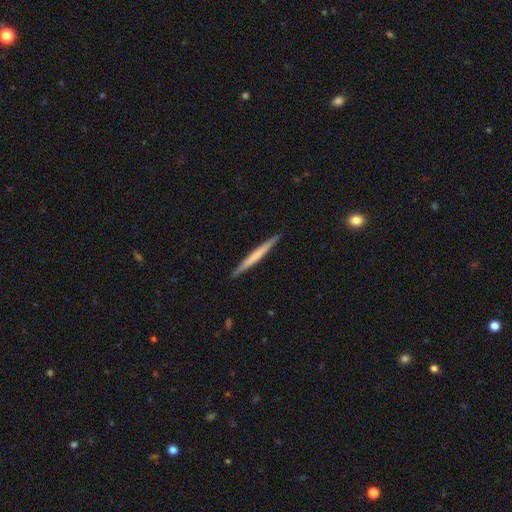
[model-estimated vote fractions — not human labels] smooth 51%, featured or disk 45%, star or artifact 5%. Down the decision tree: how rounded — cigar-shaped (97%); merging — none (92%).